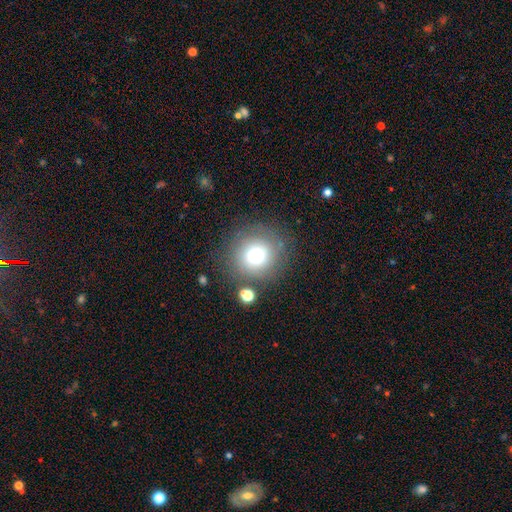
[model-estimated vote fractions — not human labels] Smooth or featured? smooth (72%)
How rounded? round (90%)
Merging? none (78%)